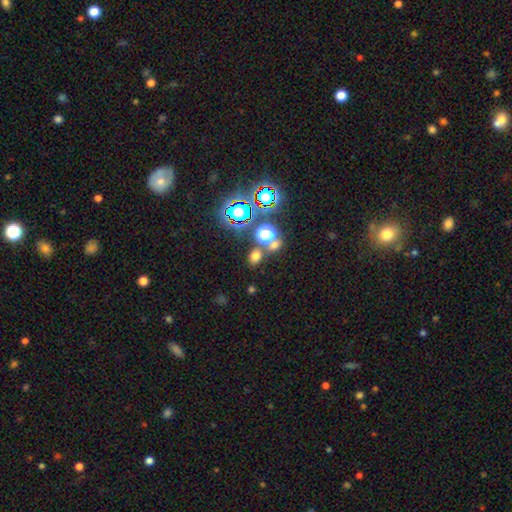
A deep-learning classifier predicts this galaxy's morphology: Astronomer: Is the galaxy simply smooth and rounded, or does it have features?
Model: smooth — 64%.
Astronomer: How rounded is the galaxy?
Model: round — 54% (runner-up: in between, 44%).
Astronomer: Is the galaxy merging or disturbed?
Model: none — 71%.